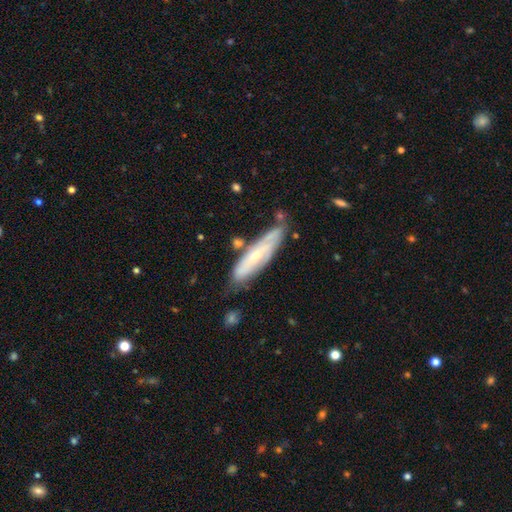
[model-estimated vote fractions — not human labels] smooth-or-featured: featured or disk: 58% | smooth: 35% | star or artifact: 7%
  disk-edge-on: no: 61% | yes: 39%
  merging: none: 67% | minor disturbance: 22% | merger: 6% | major disturbance: 5%